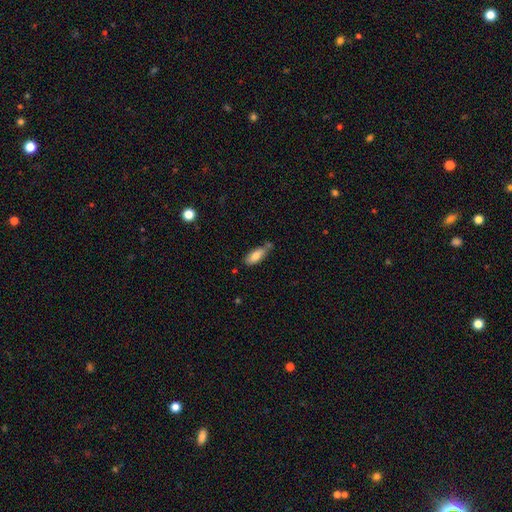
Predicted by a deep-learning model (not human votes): Smooth or featured? Predicted: smooth (p=0.80). How rounded? Predicted: in between (p=0.73). Merging? Predicted: none (p=0.58).